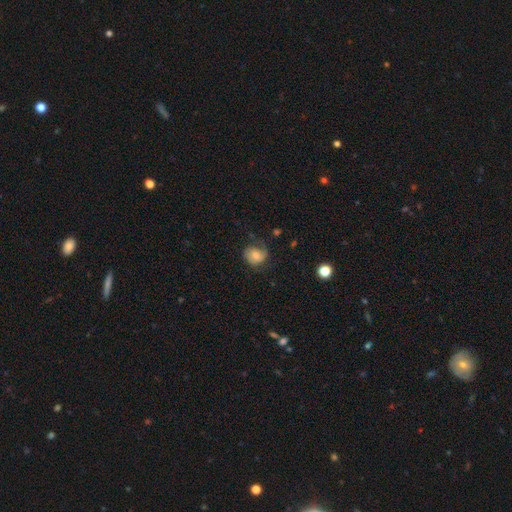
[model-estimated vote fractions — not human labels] Smooth or featured: smooth — 54% (featured or disk — 37%)
How rounded: round — 62% (in between — 37%)
Merging: none — 53% (minor disturbance — 27%)